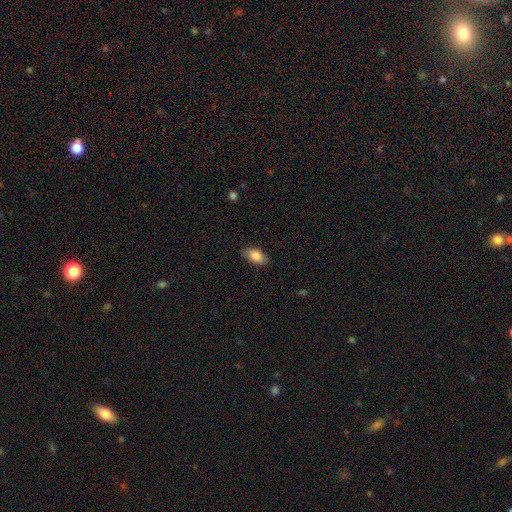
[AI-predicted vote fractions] smooth_or_featured: smooth (p=0.87) [alt: star or artifact p=0.07]
how_rounded: in between (p=0.92) [alt: cigar-shaped p=0.04]
merging: none (p=0.86) [alt: minor disturbance p=0.10]